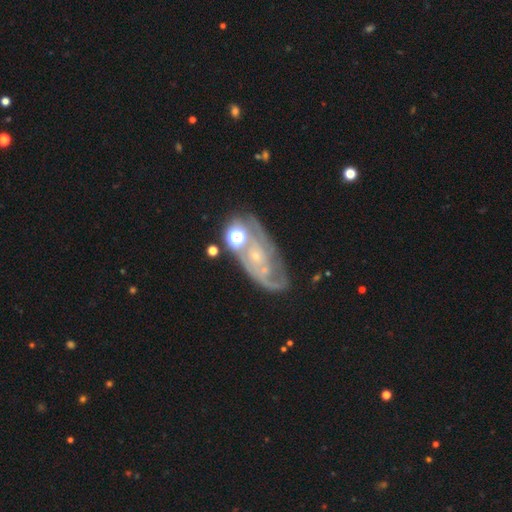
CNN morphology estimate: smooth_or_featured: featured or disk (p=0.75) [alt: smooth p=0.14]
disk_edge_on: no (p=0.93) [alt: yes p=0.07]
bar: no (p=0.73) [alt: weak p=0.22]
has_spiral_arms: yes (p=0.85) [alt: no p=0.15]
spiral_winding: tight (p=0.49) [alt: medium p=0.36]
spiral_arm_count: 2 (p=0.38) [alt: can't tell p=0.36]
bulge_size: small (p=0.74) [alt: moderate p=0.18]
merging: none (p=0.56) [alt: minor disturbance p=0.20]